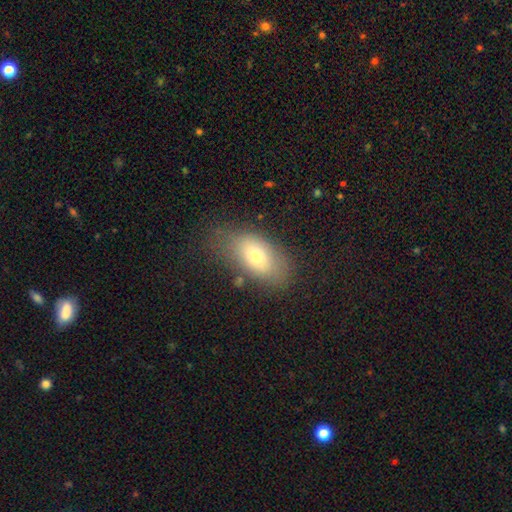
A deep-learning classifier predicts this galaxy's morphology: A smooth galaxy with no disk features (69%) that is in between round and cigar-shaped (89%).

Vote fractions:
- Smooth or featured? smooth: 69% / featured or disk: 21% / star or artifact: 10%
- How rounded? in between: 89% / round: 7% / cigar-shaped: 4%
- Merging? none: 70% / minor disturbance: 19% / major disturbance: 8% / merger: 2%